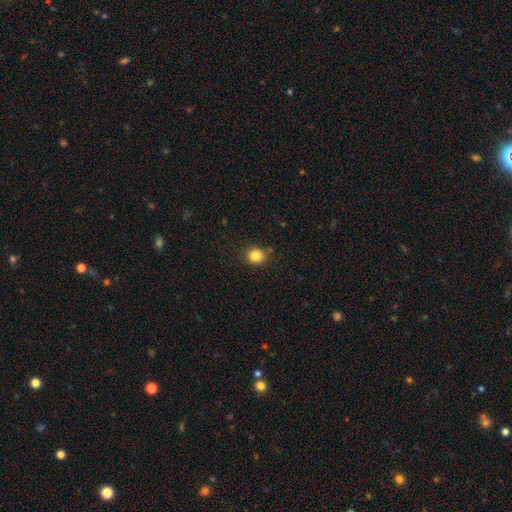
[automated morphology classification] This appears to be a smooth galaxy with no disk features (84%) that is round (86%). Merging: none (84%).